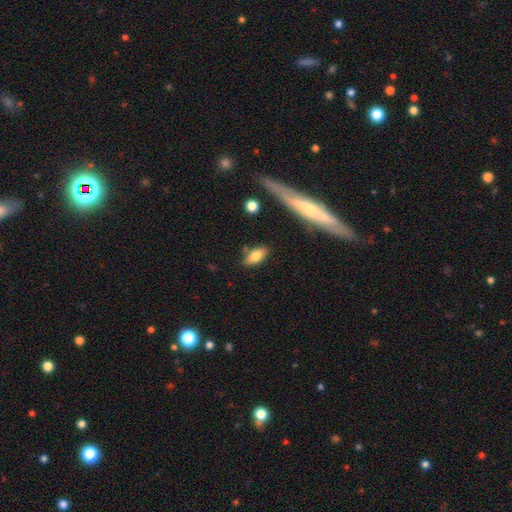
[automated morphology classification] The model was most divided on "smooth or featured": smooth: 76%, featured or disk: 17%, star or artifact: 8%. More confident: how rounded — in between (84%); merging — none (80%).